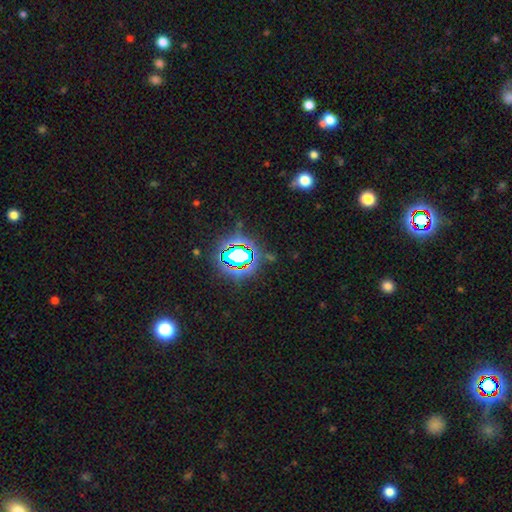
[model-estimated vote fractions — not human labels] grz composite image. It shows a star or artifact, not a galaxy (80%).